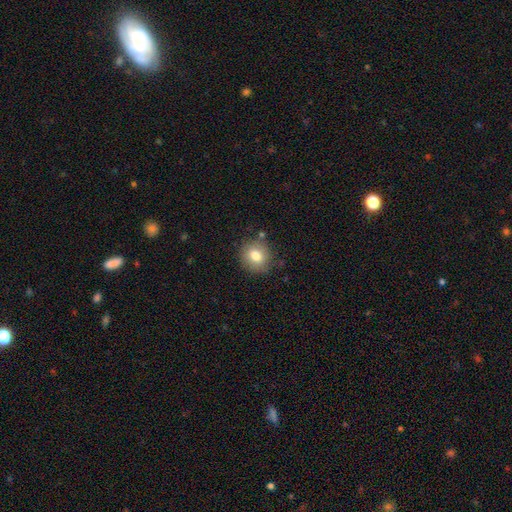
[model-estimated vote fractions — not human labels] Q: Smooth or featured?
A: smooth (78%); runner-up: featured or disk (12%)
Q: How rounded?
A: round (81%); runner-up: in between (18%)
Q: Merging?
A: none (82%); runner-up: minor disturbance (12%)